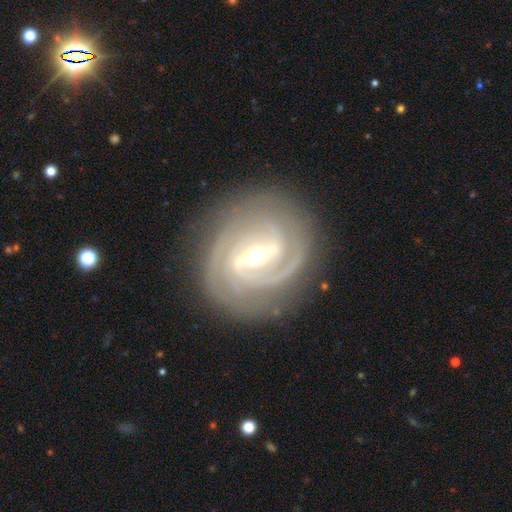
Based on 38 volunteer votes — Smooth or featured?
  - featured or disk: 97% *
  - star or artifact: 3%
  - smooth: 0%
Edge-on disk?
  - no: 97% *
  - yes: 3%
Bar?
  - strong: 75% *
  - weak: 25%
  - no: 0%
Spiral arms?
  - yes: 100% *
  - no: 0%
Spiral winding?
  - tight: 72% *
  - medium: 25%
  - loose: 3%
Spiral arm count?
  - 2: 53% *
  - 3: 28%
  - 4: 11%
  - can't tell: 8%
  - 1: 0%
  - more than 4: 0%
Bulge size?
  - moderate: 67% *
  - small: 28%
  - large: 6%
  - dominant: 0%
  - none: 0%
Merging?
  - none: 86% *
  - minor disturbance: 11%
  - major disturbance: 3%
  - merger: 0%